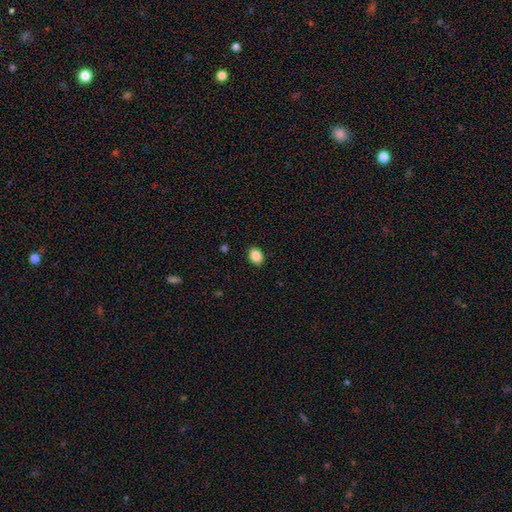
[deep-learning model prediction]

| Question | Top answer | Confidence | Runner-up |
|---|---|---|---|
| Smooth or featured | smooth | 88% | star or artifact (8%) |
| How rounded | in between | 73% | round (26%) |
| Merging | none | 90% | minor disturbance (7%) |